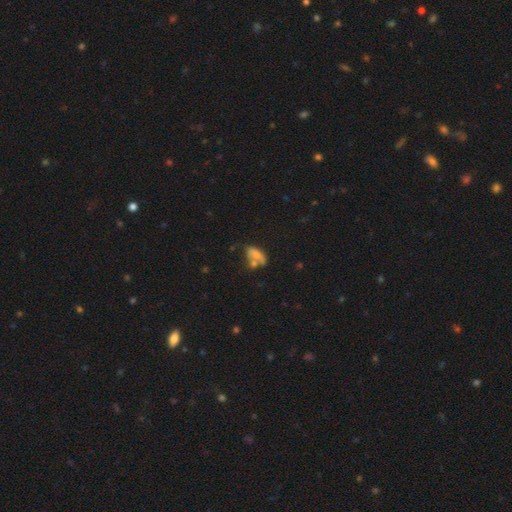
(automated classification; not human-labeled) A smooth galaxy with no disk features (61%) that is in between round and cigar-shaped (83%). Merging: merger (36%).